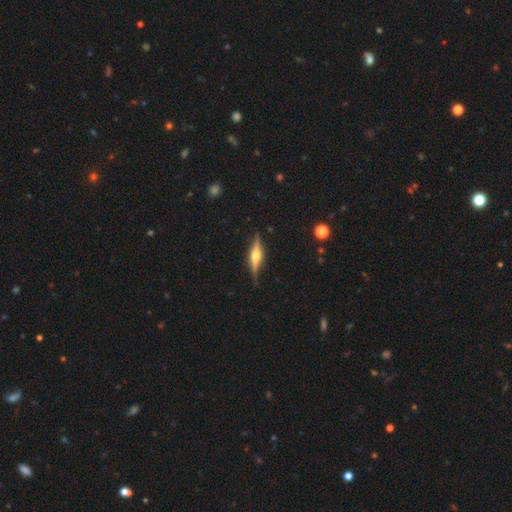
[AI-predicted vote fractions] smooth_or_featured: featured or disk (p=0.77) [alt: smooth p=0.17]
disk_edge_on: yes (p=0.97) [alt: no p=0.03]
edge_on_bulge: rounded (p=0.92) [alt: boxy p=0.06]
merging: none (p=0.86) [alt: minor disturbance p=0.11]